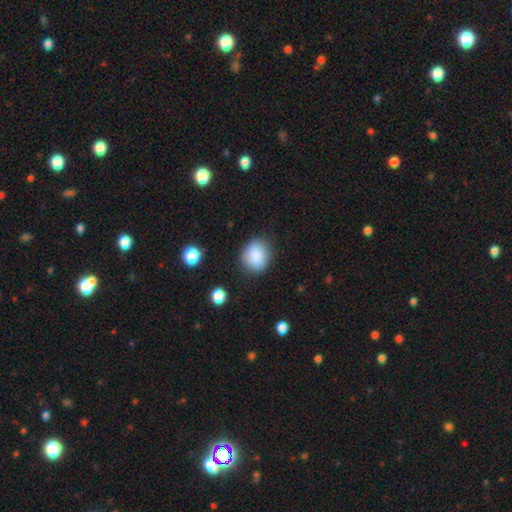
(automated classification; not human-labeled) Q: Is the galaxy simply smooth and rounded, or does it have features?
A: smooth — 87%.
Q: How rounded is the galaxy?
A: round — 64%.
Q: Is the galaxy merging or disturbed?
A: none — 82%.